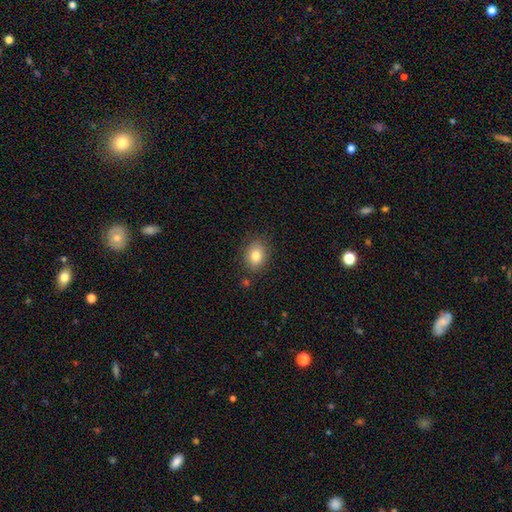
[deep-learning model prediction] Overall: smooth (81%). How rounded: in between (54%; round 45%). Merging: none (82%).